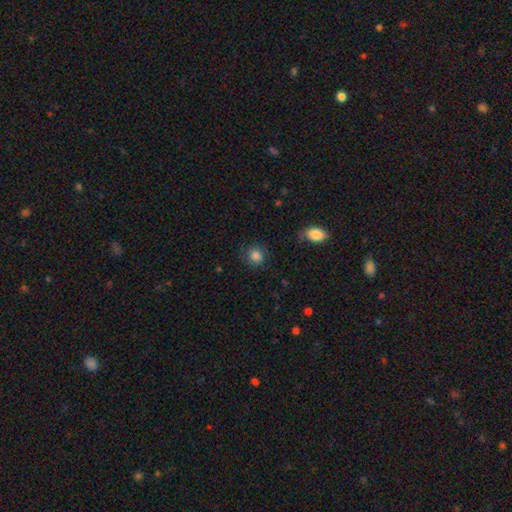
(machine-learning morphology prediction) Smooth or featured? smooth (84%)
How rounded? round (83%)
Merging? none (78%)